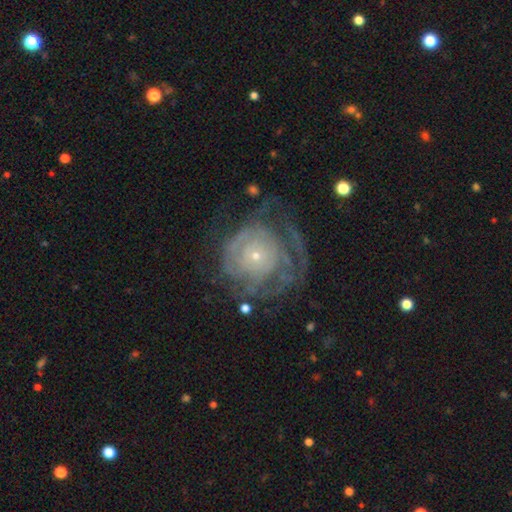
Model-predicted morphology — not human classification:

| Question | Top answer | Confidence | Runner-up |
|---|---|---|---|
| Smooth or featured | featured or disk | 76% | smooth (17%) |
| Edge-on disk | no | 97% | yes (3%) |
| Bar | no | 85% | weak (12%) |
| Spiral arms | yes | 77% | no (23%) |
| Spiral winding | tight | 71% | medium (20%) |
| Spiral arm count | can't tell | 51% | 2 (13%) |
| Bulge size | small | 81% | moderate (14%) |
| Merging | none | 52% | major disturbance (25%) |